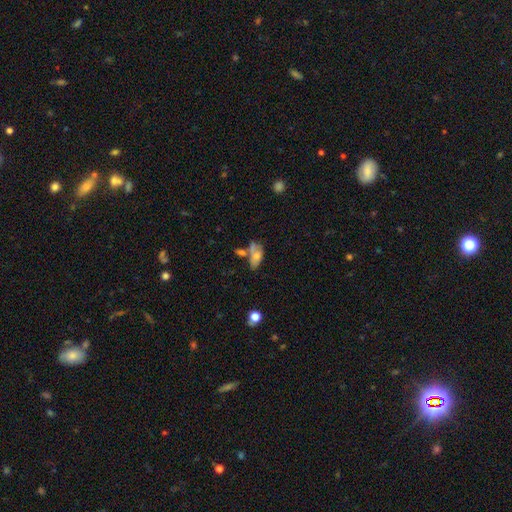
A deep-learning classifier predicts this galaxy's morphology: Smooth or featured?
  - smooth: 64% *
  - featured or disk: 28%
  - star or artifact: 9%
How rounded?
  - in between: 85% *
  - cigar-shaped: 10%
  - round: 5%
Merging?
  - merger: 36% *
  - none: 34%
  - minor disturbance: 19%
  - major disturbance: 11%